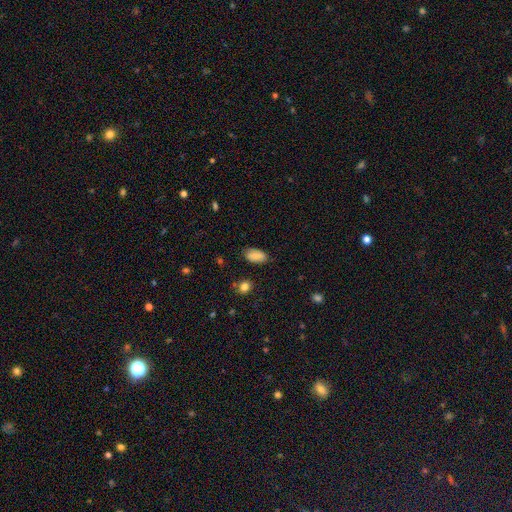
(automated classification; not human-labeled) Smooth or featured?
  - smooth: 86% *
  - star or artifact: 8%
  - featured or disk: 6%
How rounded?
  - in between: 93% *
  - round: 4%
  - cigar-shaped: 3%
Merging?
  - none: 81% *
  - minor disturbance: 14%
  - major disturbance: 3%
  - merger: 2%